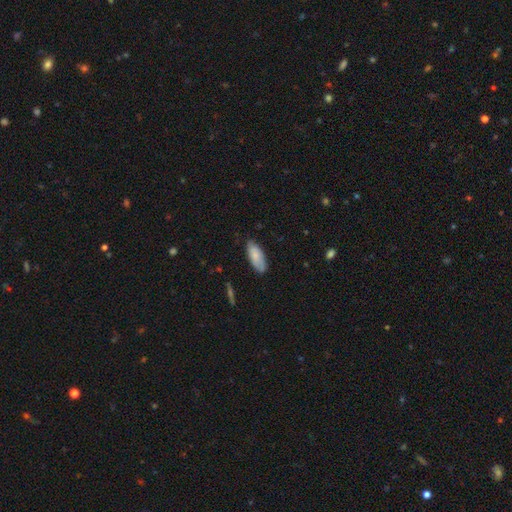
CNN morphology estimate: This appears to be a smooth galaxy with no disk features (82%) that is in between round and cigar-shaped (83%). Merging: none (75%).